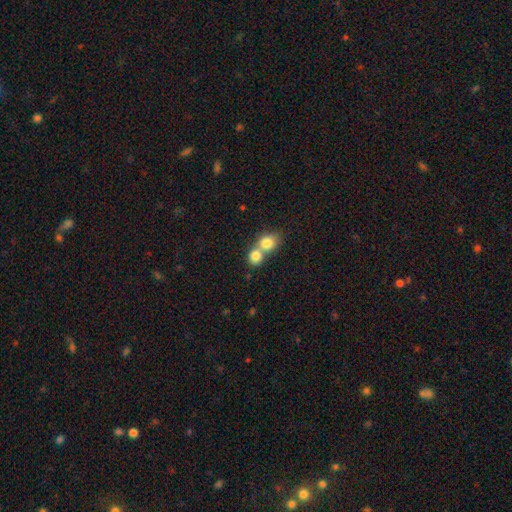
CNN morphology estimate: This is clearly a smooth galaxy (81%). How rounded: likely round (72%). Merging: likely merger (67%).